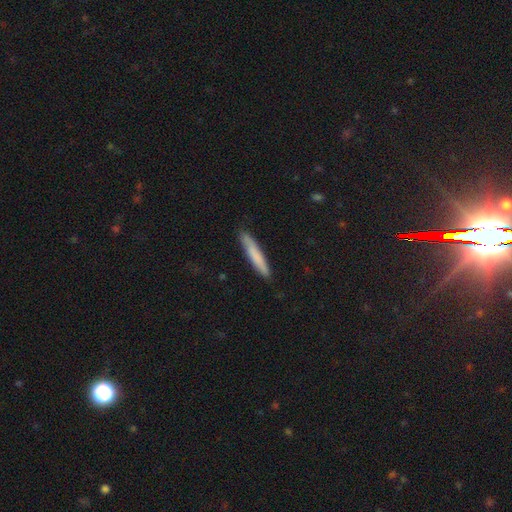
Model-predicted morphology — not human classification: A smooth galaxy with no disk features (76%) that is cigar-shaped (94%).

Vote fractions:
- Smooth or featured? smooth: 76% / featured or disk: 18% / star or artifact: 5%
- How rounded? cigar-shaped: 94% / in between: 5% / round: 1%
- Merging? none: 87% / minor disturbance: 10% / major disturbance: 2% / merger: 1%